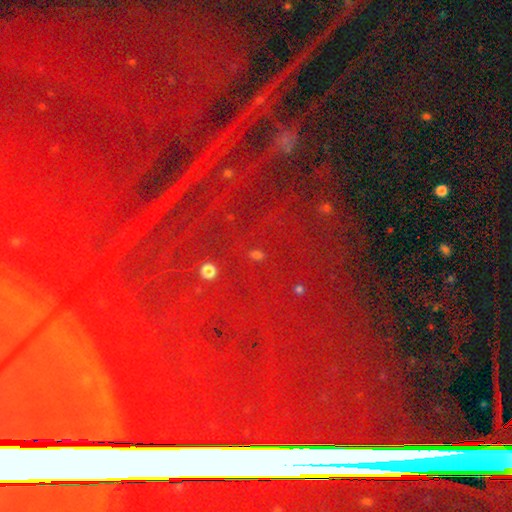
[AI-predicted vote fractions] star or artifact 86%, featured or disk 8%, smooth 7%.